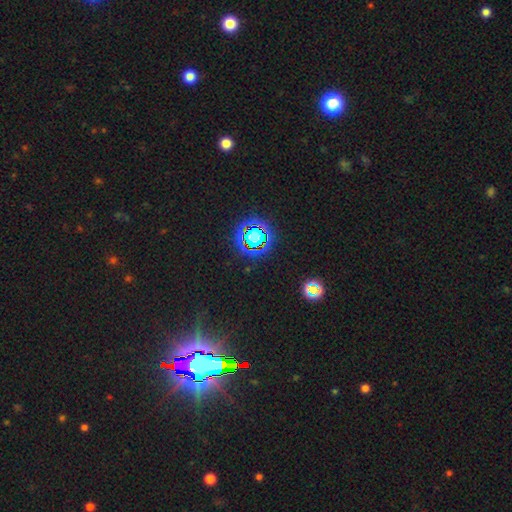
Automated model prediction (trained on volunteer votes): star or artifact 84%, smooth 10%, featured or disk 7%.